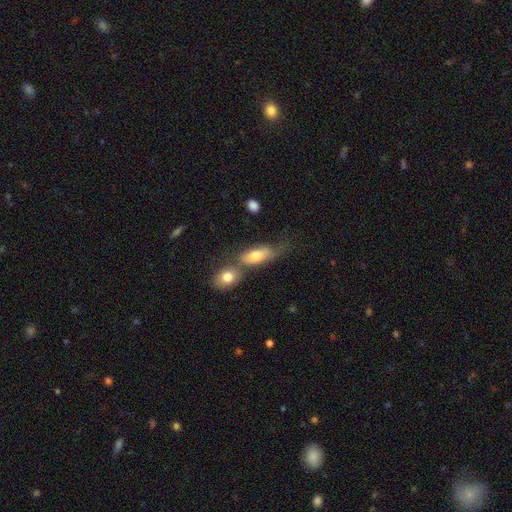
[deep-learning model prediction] A smooth galaxy with no disk features (71%) that is in between round and cigar-shaped (71%).

Vote fractions:
- Smooth or featured? smooth: 71% / featured or disk: 21% / star or artifact: 8%
- How rounded? in between: 71% / cigar-shaped: 23% / round: 6%
- Merging? merger: 41% / none: 31% / minor disturbance: 18% / major disturbance: 11%